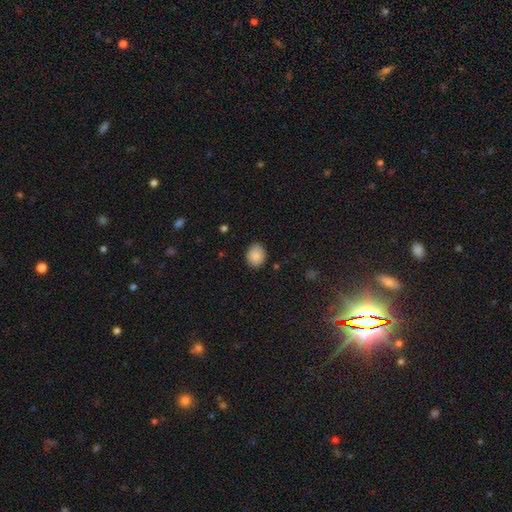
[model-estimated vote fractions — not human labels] Smooth or featured? smooth (88%)
How rounded? round (56%)
Merging? none (86%)